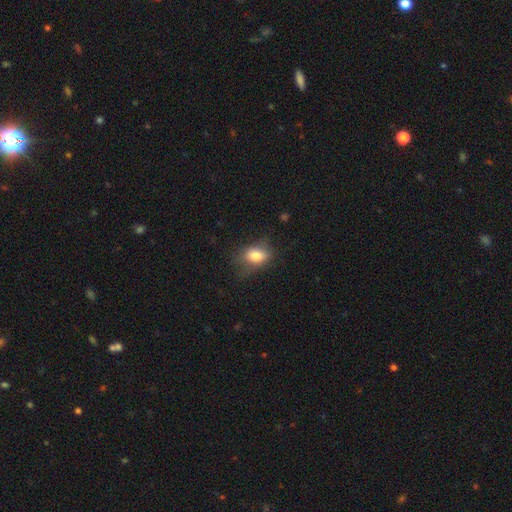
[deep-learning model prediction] This appears to be a smooth galaxy with no disk features (79%) that is in between round and cigar-shaped (80%). Merging: none (52%).